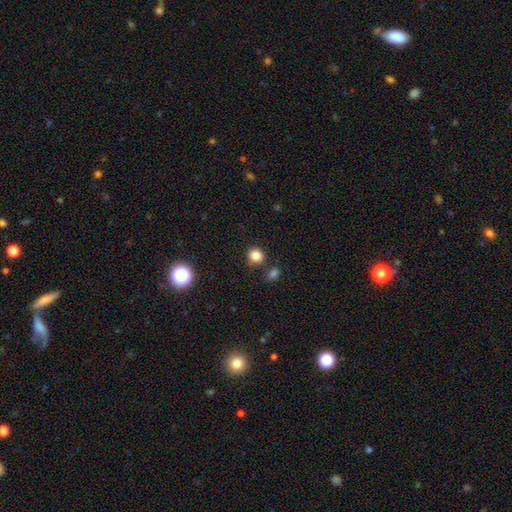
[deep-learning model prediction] Smooth or featured? Predicted: smooth (p=0.83). How rounded? Predicted: round (p=0.88). Merging? Predicted: none (p=0.81).